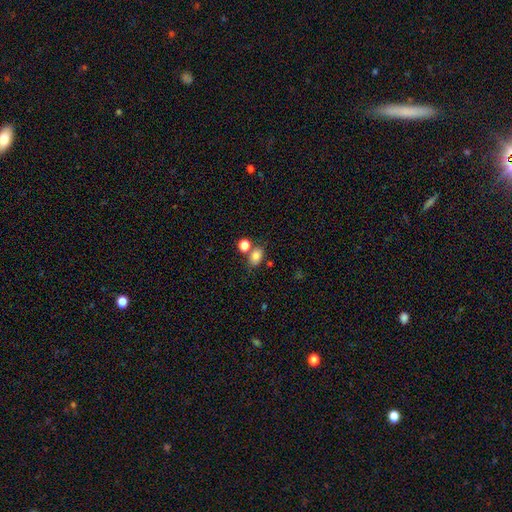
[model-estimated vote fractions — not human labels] Q: Smooth or featured?
A: smooth (81%); runner-up: star or artifact (11%)
Q: How rounded?
A: in between (75%); runner-up: round (24%)
Q: Merging?
A: none (60%); runner-up: merger (23%)